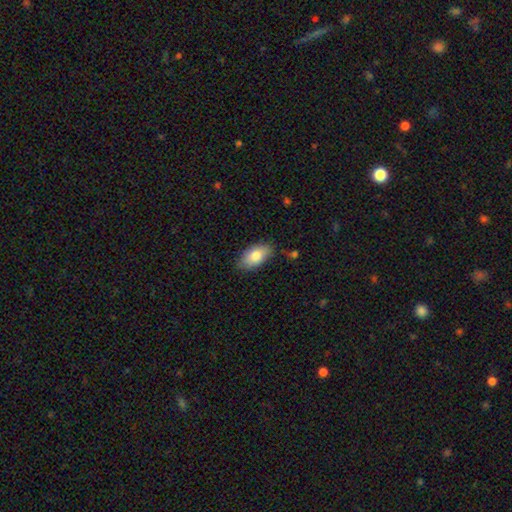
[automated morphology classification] This is clearly a smooth galaxy (81%). How rounded: clearly in between (93%). Merging: likely none (78%).